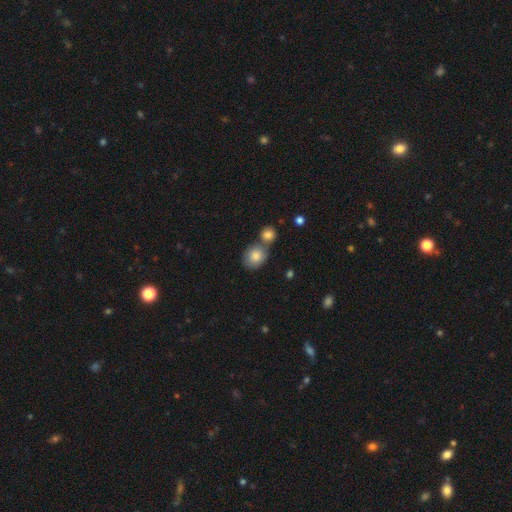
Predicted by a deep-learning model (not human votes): A smooth galaxy with no disk features (84%) that is round (67%). Merging: none (50%).